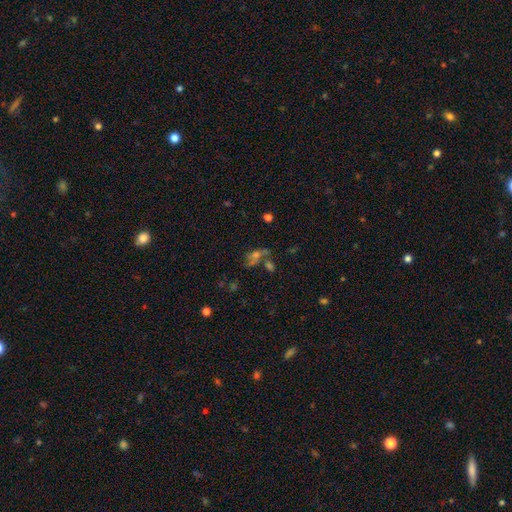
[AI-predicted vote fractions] This appears to be a smooth galaxy with no disk features (36%). Merging: none (37%).